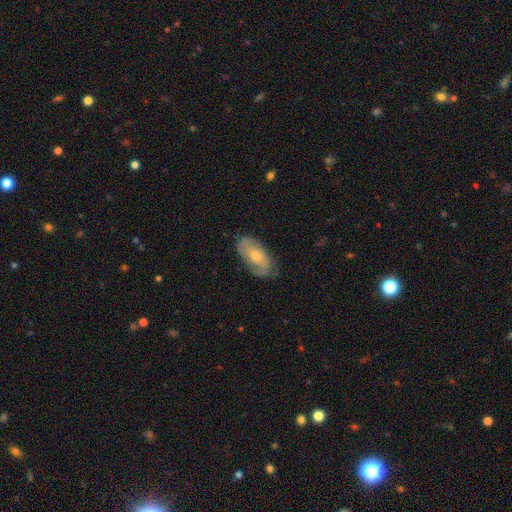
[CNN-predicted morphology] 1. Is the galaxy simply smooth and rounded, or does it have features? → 67% featured or disk, 26% smooth, 7% star or artifact.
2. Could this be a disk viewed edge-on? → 93% no, 7% yes.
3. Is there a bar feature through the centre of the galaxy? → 59% no, 33% weak, 8% strong.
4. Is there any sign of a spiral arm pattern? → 84% yes, 16% no.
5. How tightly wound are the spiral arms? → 48% tight, 38% medium, 14% loose.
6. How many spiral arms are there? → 65% 2, 23% can't tell, 5% 1, 4% 3, 1% 4, 1% more than 4.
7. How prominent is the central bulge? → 56% moderate, 36% small, 4% large, 3% none, 1% dominant.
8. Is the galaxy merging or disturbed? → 77% none, 17% minor disturbance, 5% major disturbance, 1% merger.